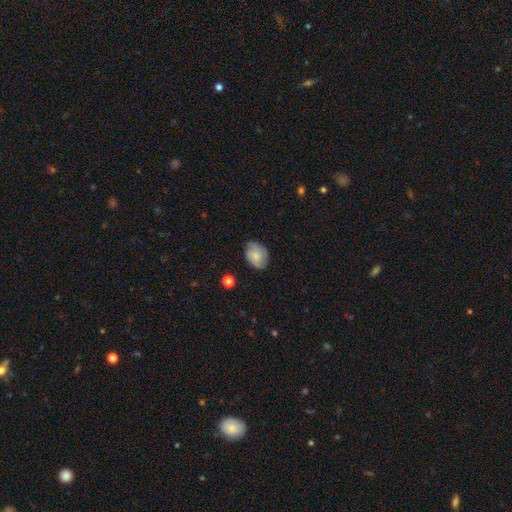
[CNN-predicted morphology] This appears to be a smooth galaxy with no disk features (74%) that is in between round and cigar-shaped (65%). Merging: none (72%).